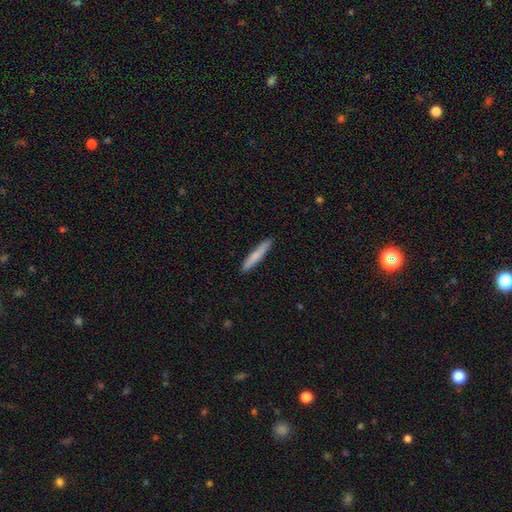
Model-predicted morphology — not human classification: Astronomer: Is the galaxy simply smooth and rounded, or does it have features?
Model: smooth — 74%.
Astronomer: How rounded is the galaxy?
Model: cigar-shaped — 95%.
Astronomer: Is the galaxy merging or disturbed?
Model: none — 91%.